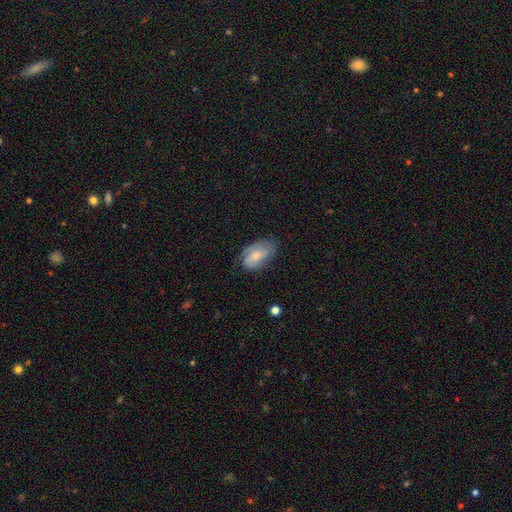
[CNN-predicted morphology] Smooth or featured: smooth — 54% (featured or disk — 40%)
How rounded: in between — 91% (round — 6%)
Merging: none — 62% (minor disturbance — 27%)